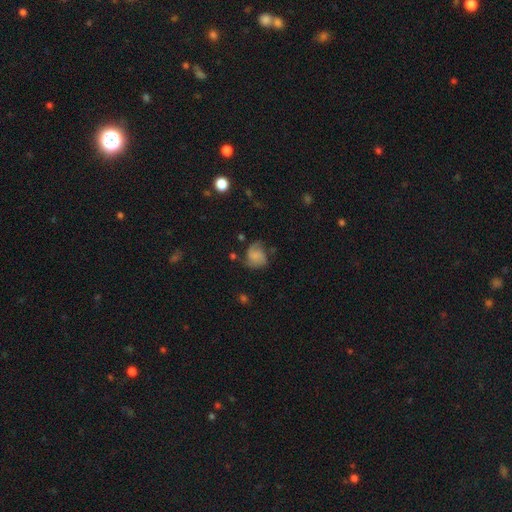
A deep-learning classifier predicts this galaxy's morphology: smooth-or-featured: smooth: 54% | featured or disk: 35% | star or artifact: 10%
  how-rounded: round: 60% | in between: 39% | cigar-shaped: 1%
  merging: none: 51% | minor disturbance: 29% | major disturbance: 17% | merger: 4%